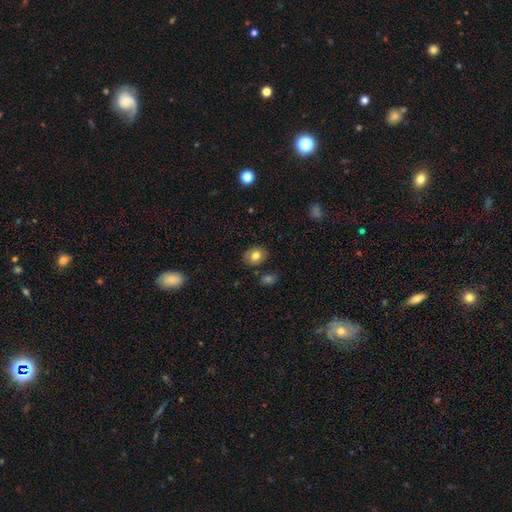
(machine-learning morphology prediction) This appears to be a smooth galaxy with no disk features (77%) that is in between round and cigar-shaped (54%). Merging: none (82%).